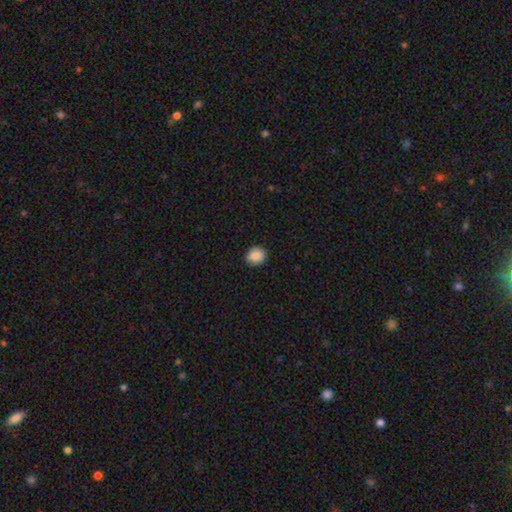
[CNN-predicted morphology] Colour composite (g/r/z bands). It shows a smooth galaxy with no disk features (87%) that is round (76%). Merging: none (88%).